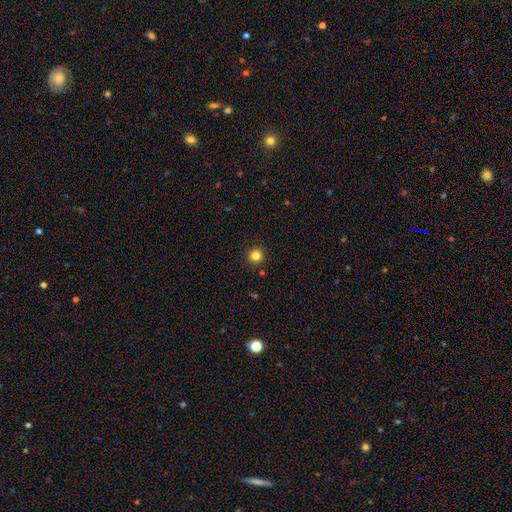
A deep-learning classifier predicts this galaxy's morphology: This is clearly a smooth galaxy (83%). How rounded: clearly round (96%). Merging: clearly none (92%).